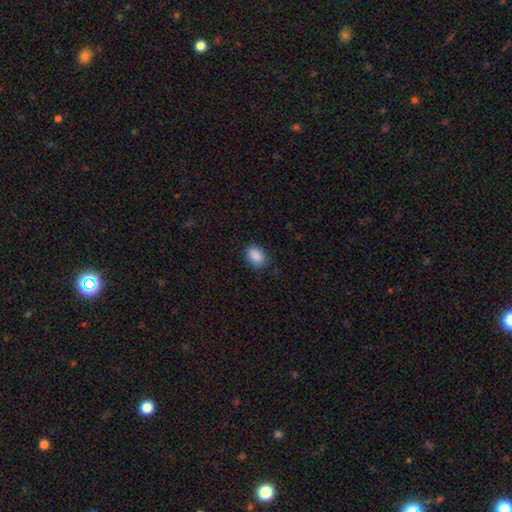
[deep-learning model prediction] smooth 89%, star or artifact 8%, featured or disk 3%. Down the decision tree: how rounded — in between (73%); merging — none (81%).